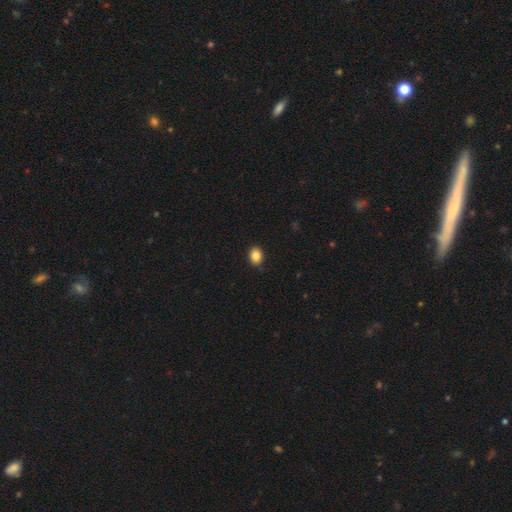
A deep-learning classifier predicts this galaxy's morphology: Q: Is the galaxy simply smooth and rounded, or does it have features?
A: smooth — 87%.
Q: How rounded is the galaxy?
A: in between — 62%.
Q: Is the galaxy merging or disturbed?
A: none — 87%.